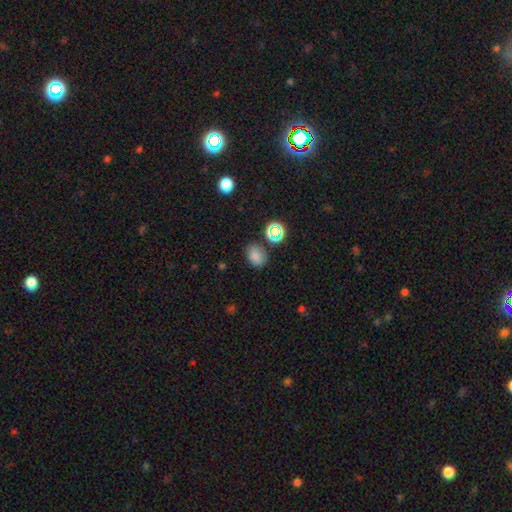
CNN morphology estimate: This is likely a smooth galaxy (78%). How rounded: likely in between (65%). Merging: likely none (76%).